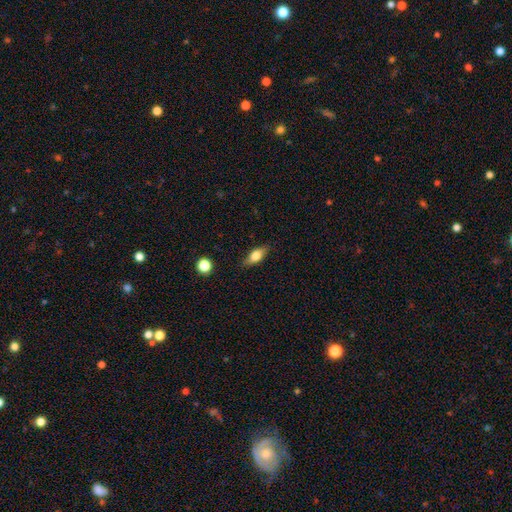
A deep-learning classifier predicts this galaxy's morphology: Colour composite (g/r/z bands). It shows a smooth galaxy with no disk features (65%) that is in between round and cigar-shaped (73%). Merging: none (83%).